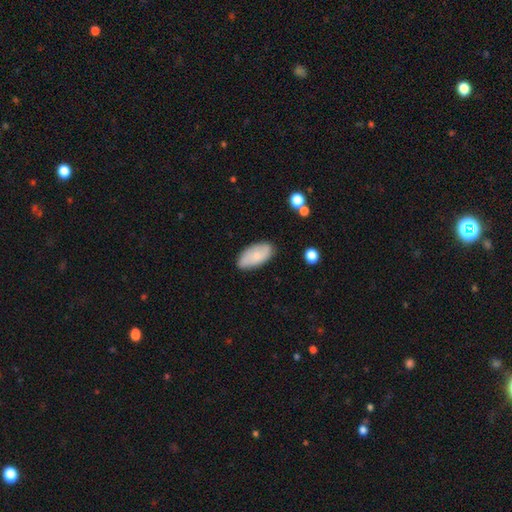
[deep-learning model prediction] smooth 72%, featured or disk 22%, star or artifact 7%. Down the decision tree: how rounded — in between (93%); merging — none (81%).